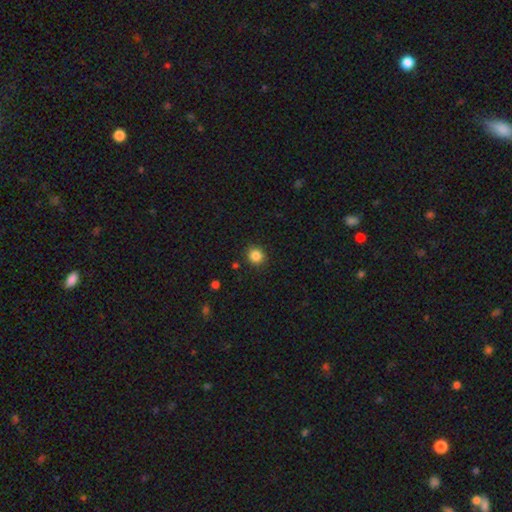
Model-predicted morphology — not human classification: Overall: smooth (86%). How rounded: round (86%). Merging: none (89%).